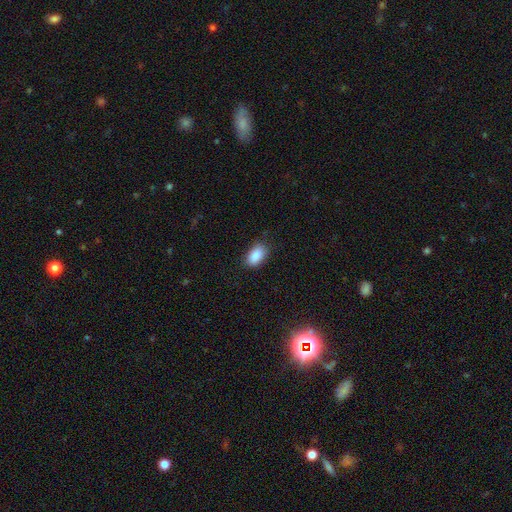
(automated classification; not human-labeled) This is clearly a smooth galaxy (88%). How rounded: clearly in between (92%). Merging: clearly none (83%).